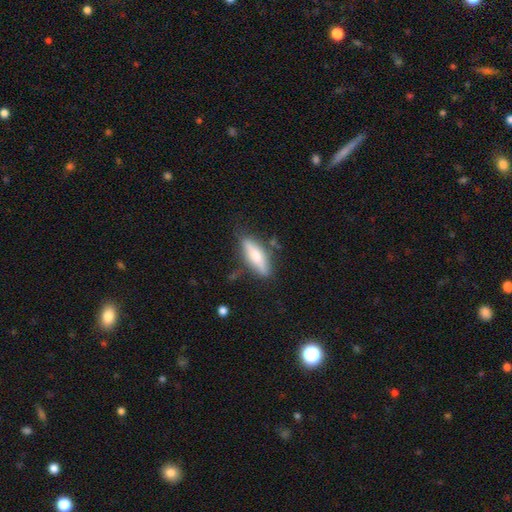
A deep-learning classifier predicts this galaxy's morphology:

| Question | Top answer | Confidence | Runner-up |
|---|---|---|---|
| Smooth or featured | smooth | 56% | featured or disk (38%) |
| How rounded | cigar-shaped | 57% | in between (41%) |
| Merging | none | 74% | minor disturbance (18%) |